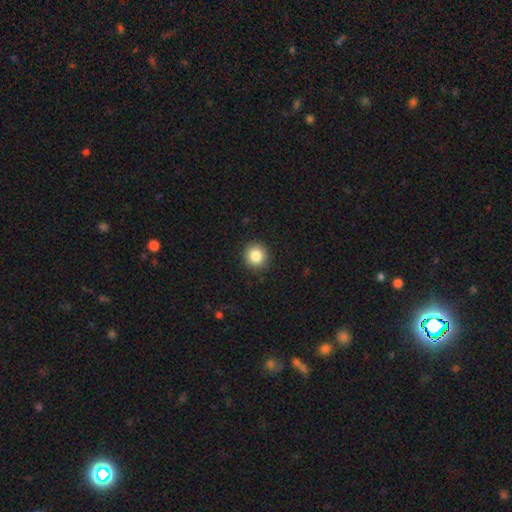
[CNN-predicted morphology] Overall: smooth (85%). How rounded: round (92%). Merging: none (91%).